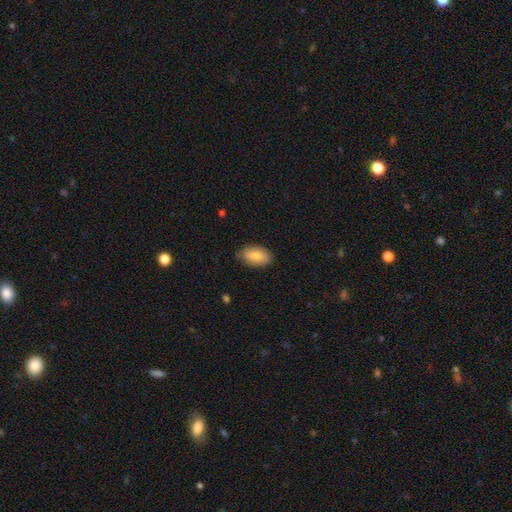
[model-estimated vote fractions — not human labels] This appears to be a smooth galaxy with no disk features (83%) that is in between round and cigar-shaped (93%). Merging: none (82%).